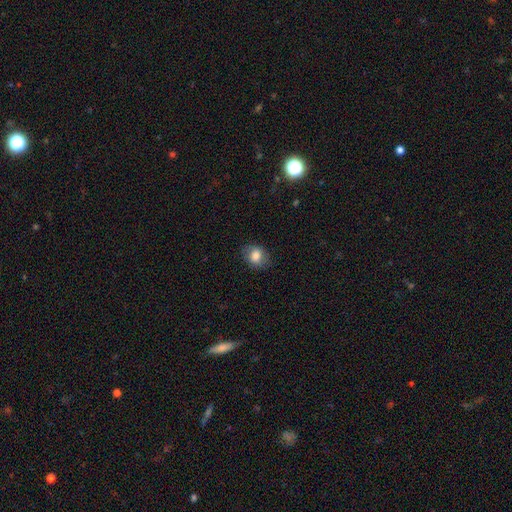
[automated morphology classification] Smooth or featured: smooth — 81% (featured or disk — 11%)
How rounded: in between — 53% (round — 46%)
Merging: none — 80% (minor disturbance — 14%)